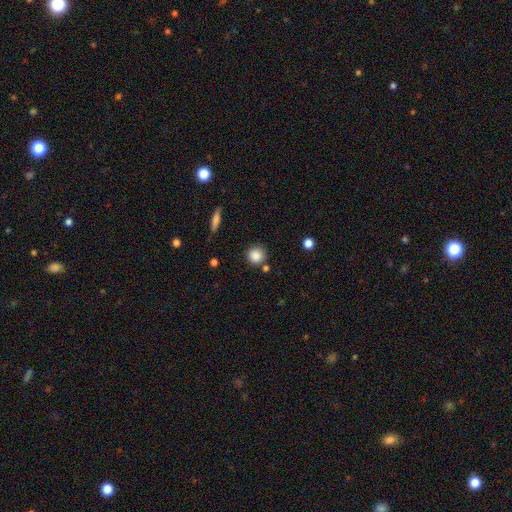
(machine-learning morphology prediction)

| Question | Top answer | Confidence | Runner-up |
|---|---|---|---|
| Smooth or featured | smooth | 86% | star or artifact (9%) |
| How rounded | round | 92% | in between (7%) |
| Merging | none | 80% | minor disturbance (10%) |